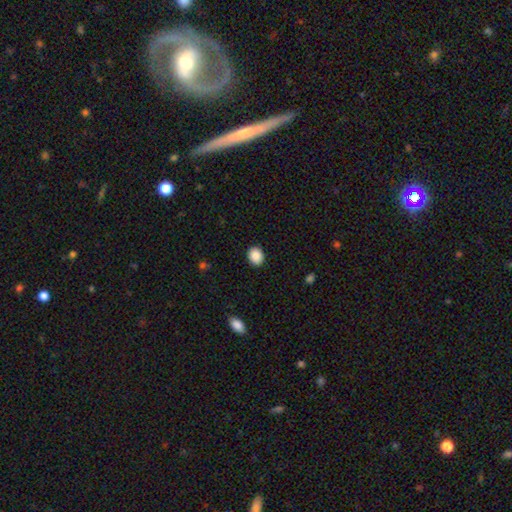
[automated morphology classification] This is clearly a smooth galaxy (88%). How rounded: possibly round (58%). Merging: clearly none (90%).